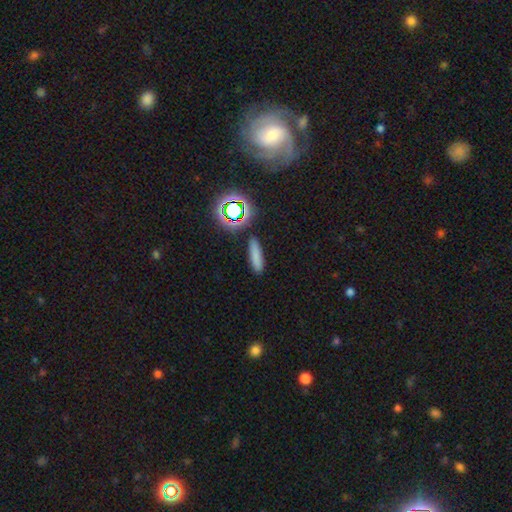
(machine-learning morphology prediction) Smooth or featured?
  - smooth: 74% *
  - star or artifact: 17%
  - featured or disk: 9%
How rounded?
  - cigar-shaped: 74% *
  - in between: 22%
  - round: 4%
Merging?
  - none: 87% *
  - minor disturbance: 8%
  - merger: 3%
  - major disturbance: 2%